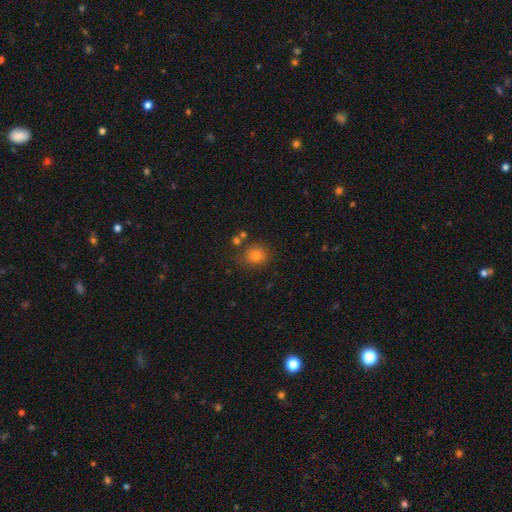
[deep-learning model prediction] Q: Smooth or featured?
A: smooth (76%); runner-up: star or artifact (15%)
Q: How rounded?
A: round (73%); runner-up: in between (27%)
Q: Merging?
A: none (76%); runner-up: minor disturbance (13%)